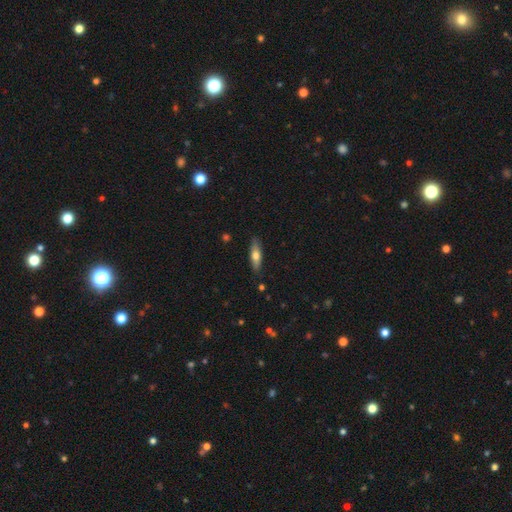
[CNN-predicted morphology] type=smooth (59%); roundness=cigar-shaped (59%); merging=none (86%).